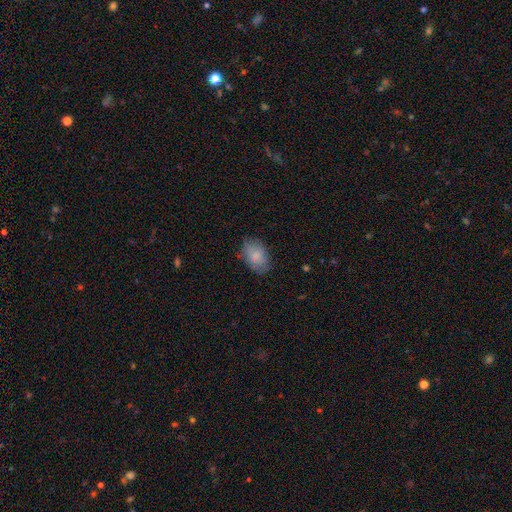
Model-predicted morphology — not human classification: Smooth or featured: smooth — 81% (featured or disk — 11%)
How rounded: in between — 86% (round — 13%)
Merging: none — 74% (minor disturbance — 19%)